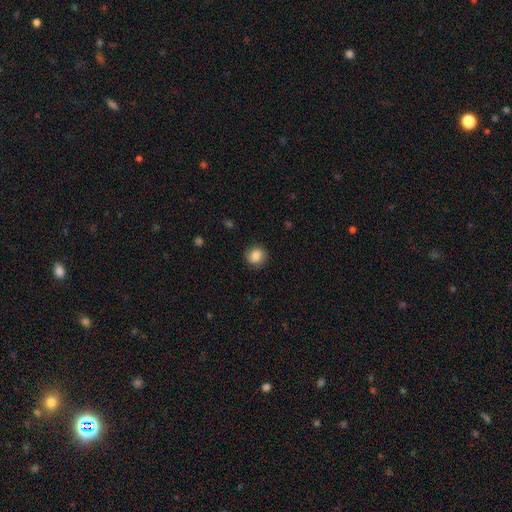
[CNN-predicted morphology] type=smooth (83%); roundness=round (86%); merging=none (87%).